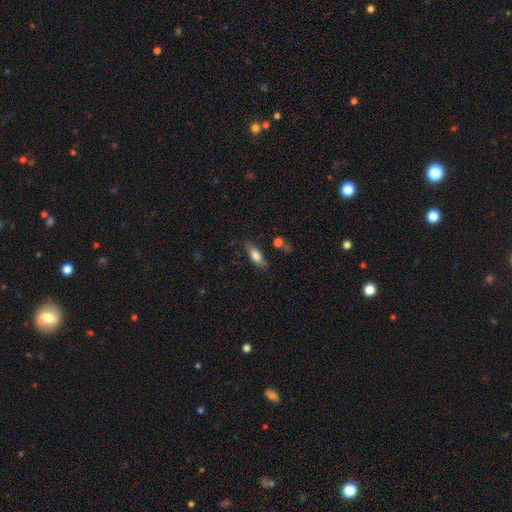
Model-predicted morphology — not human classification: Smooth or featured?
  - smooth: 70% *
  - featured or disk: 23%
  - star or artifact: 7%
How rounded?
  - in between: 72% *
  - cigar-shaped: 24%
  - round: 4%
Merging?
  - none: 73% *
  - minor disturbance: 18%
  - major disturbance: 5%
  - merger: 4%